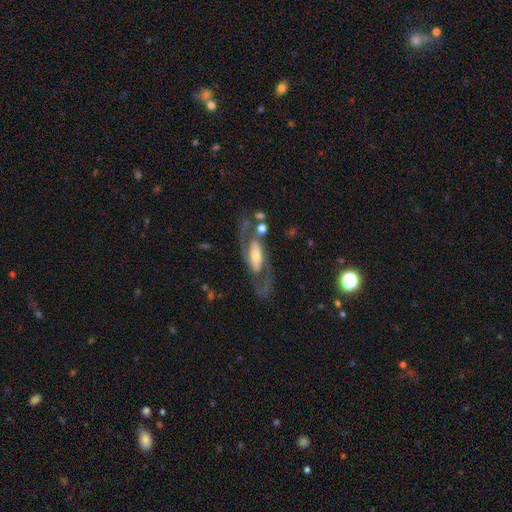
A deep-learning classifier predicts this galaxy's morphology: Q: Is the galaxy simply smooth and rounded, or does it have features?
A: featured or disk — 82%.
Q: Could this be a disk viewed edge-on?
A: no — 87%.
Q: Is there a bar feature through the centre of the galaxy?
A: strong — 37%.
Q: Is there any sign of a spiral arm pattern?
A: yes — 87%.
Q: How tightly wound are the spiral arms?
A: medium — 50%.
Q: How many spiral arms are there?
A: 2 — 89%.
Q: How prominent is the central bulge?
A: moderate — 50%.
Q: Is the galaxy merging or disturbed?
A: none — 68%.